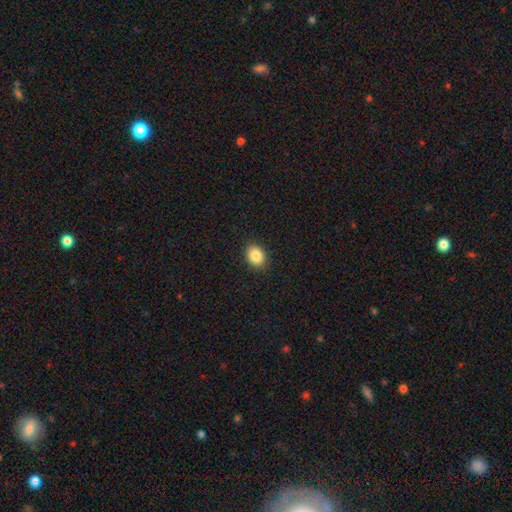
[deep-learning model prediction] smooth 87%, star or artifact 8%, featured or disk 4%. Down the decision tree: how rounded — in between (65%); merging — none (89%).